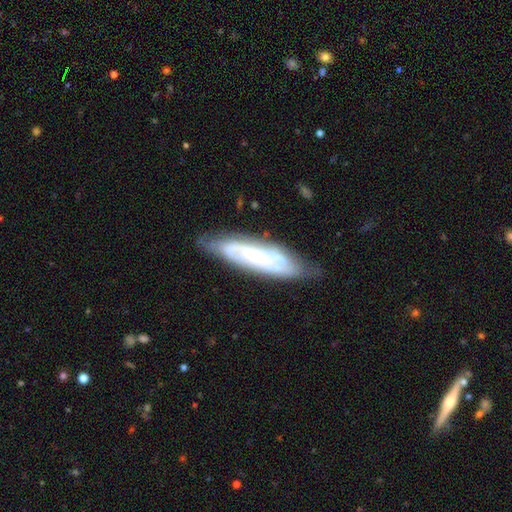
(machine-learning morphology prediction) Smooth or featured? featured or disk (72%)
Edge-on disk? no (75%)
Bar? no (67%)
Spiral arms? yes (86%)
Bulge size? small (71%)
Merging? none (72%)